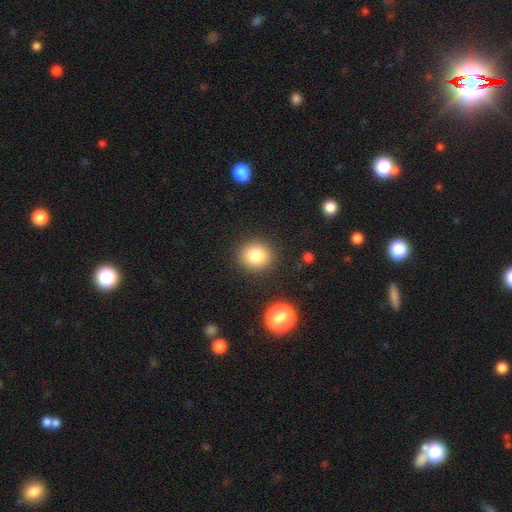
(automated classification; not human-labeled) smooth 83%, star or artifact 11%, featured or disk 6%. Down the decision tree: how rounded — round (82%); merging — none (88%).